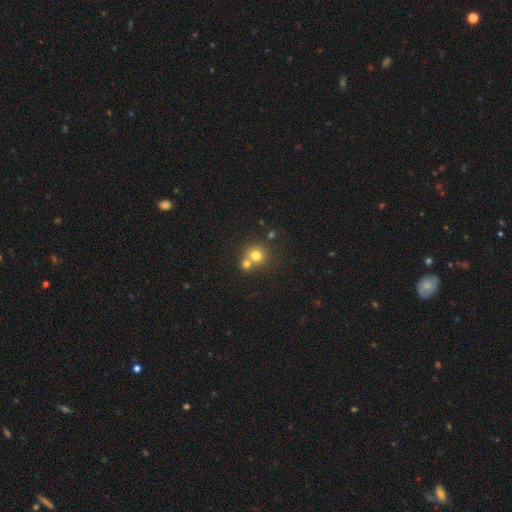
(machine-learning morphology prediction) smooth_or_featured: smooth (p=0.74) [alt: star or artifact p=0.14]
how_rounded: round (p=0.89) [alt: in between p=0.10]
merging: none (p=0.51) [alt: merger p=0.40]